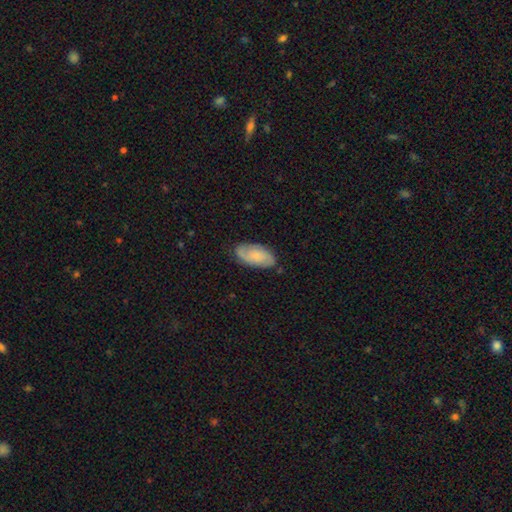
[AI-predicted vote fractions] smooth_or_featured: smooth (p=0.49) [alt: featured or disk p=0.45]
merging: none (p=0.78) [alt: minor disturbance p=0.17]